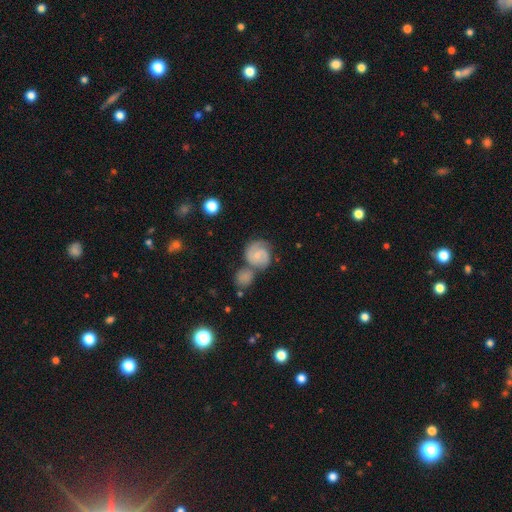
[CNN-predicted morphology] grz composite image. It shows a featured or disk galaxy (69%) with no bar (60%), 2 (71%) tight (47%) spiral arms (93%) and a small central bulge (57%). Merging: none (45%).